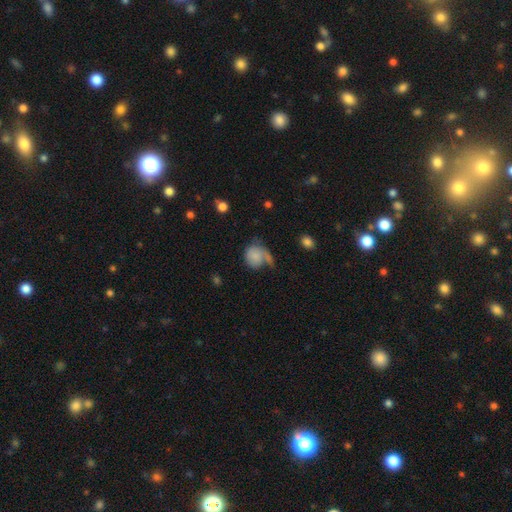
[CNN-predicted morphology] Smooth or featured?
  - smooth: 67% *
  - featured or disk: 25%
  - star or artifact: 8%
How rounded?
  - round: 67% *
  - in between: 31%
  - cigar-shaped: 1%
Merging?
  - none: 33% *
  - major disturbance: 32%
  - minor disturbance: 24%
  - merger: 10%